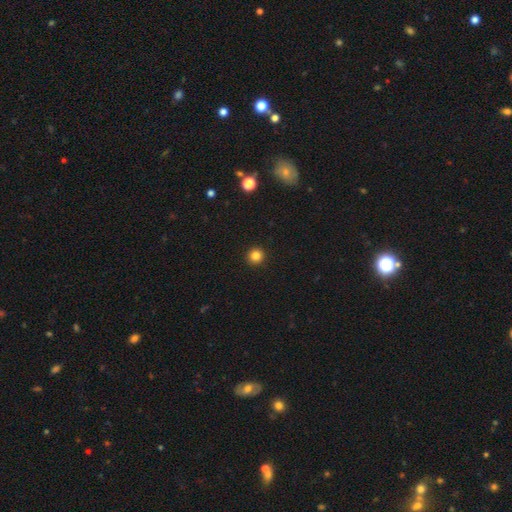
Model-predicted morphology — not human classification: Smooth or featured? Predicted: smooth (p=0.83). How rounded? Predicted: round (p=0.95). Merging? Predicted: none (p=0.94).